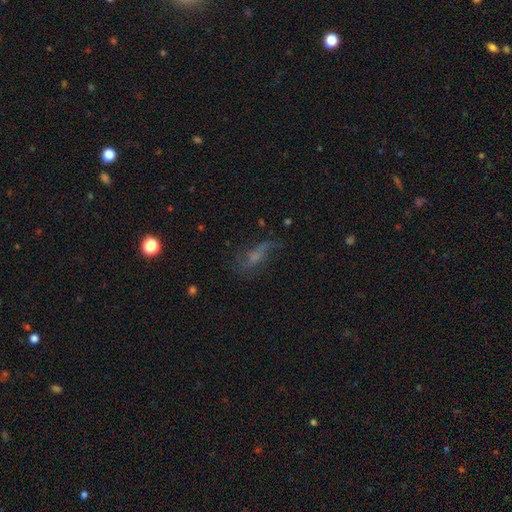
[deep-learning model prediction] This is marginally a featured or disk galaxy (43%). Merging: possibly none (47%).